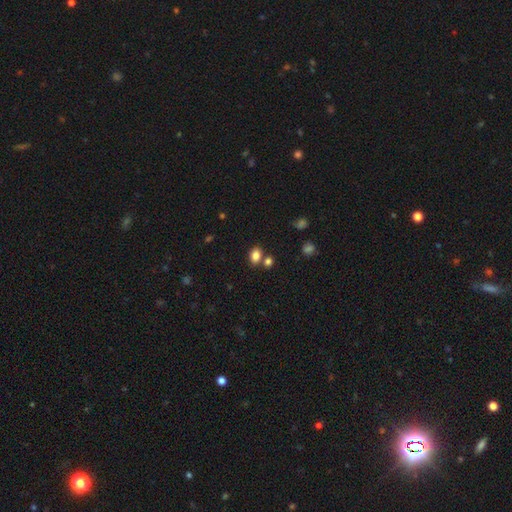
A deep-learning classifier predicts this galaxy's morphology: smooth 84%, star or artifact 11%, featured or disk 5%. Down the decision tree: how rounded — in between (75%); merging — none (68%).